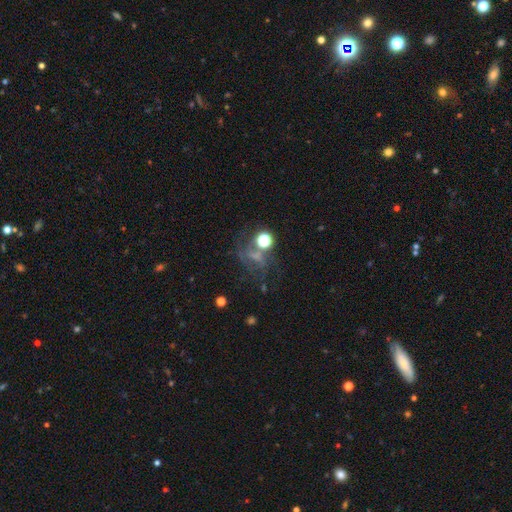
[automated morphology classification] smooth-or-featured: star or artifact: 46% | featured or disk: 29% | smooth: 25%